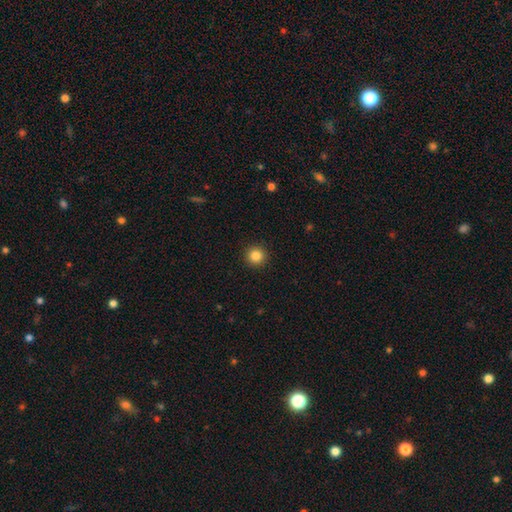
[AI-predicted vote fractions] Overall: smooth (85%). How rounded: round (95%). Merging: none (93%).